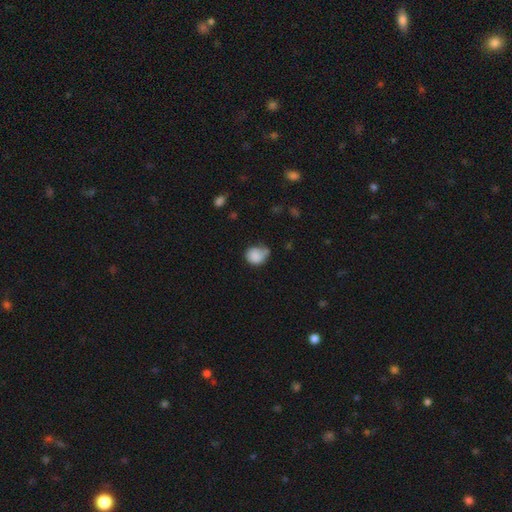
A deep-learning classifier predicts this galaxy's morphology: Q: Smooth or featured?
A: smooth (83%); runner-up: featured or disk (9%)
Q: How rounded?
A: round (72%); runner-up: in between (27%)
Q: Merging?
A: none (47%); runner-up: minor disturbance (33%)